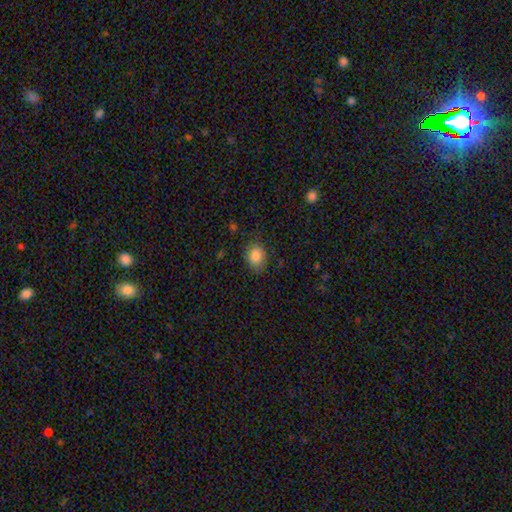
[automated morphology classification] This appears to be a smooth galaxy with no disk features (85%) that is in between round and cigar-shaped (62%). Merging: none (78%).